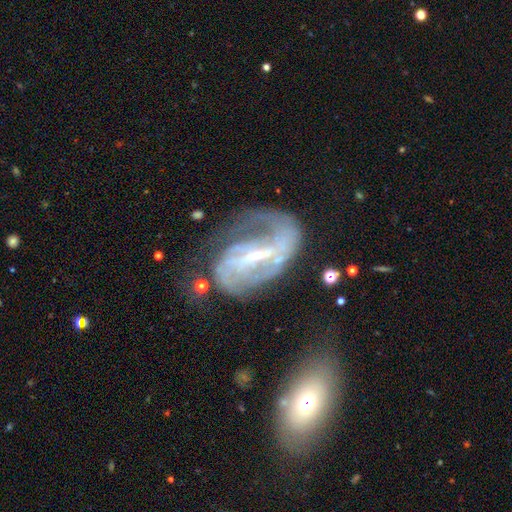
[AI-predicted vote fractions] Smooth or featured? featured or disk (85%)
Edge-on disk? no (95%)
Bar? strong (59%)
Spiral arms? yes (90%)
Spiral winding? medium (41%)
Spiral arm count? 2 (55%)
Bulge size? small (63%)
Merging? none (44%)